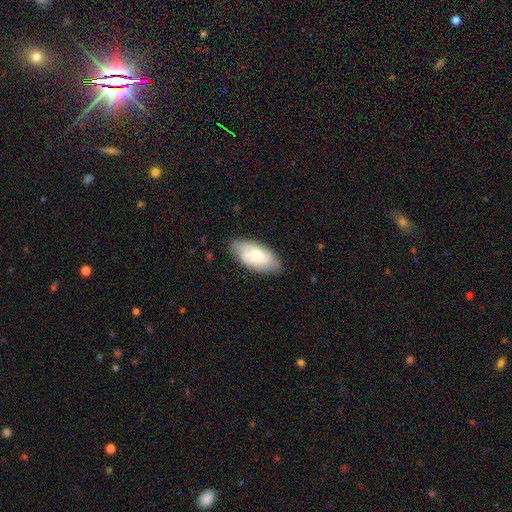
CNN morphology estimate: smooth-or-featured: featured or disk: 47% (tied) | smooth: 47% (tied) | star or artifact: 6%
  merging: none: 76% | minor disturbance: 19% | major disturbance: 4% | merger: 1%